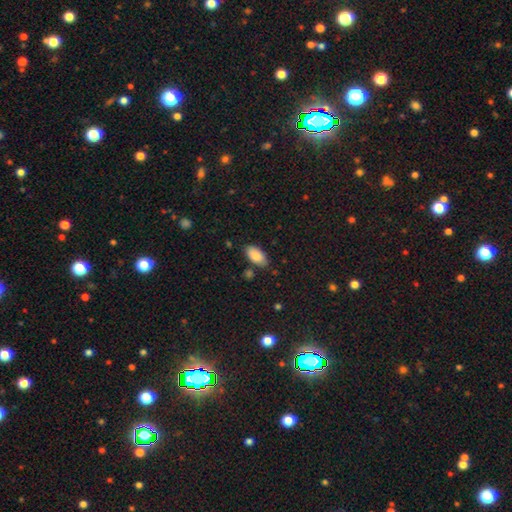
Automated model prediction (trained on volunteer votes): Smooth or featured?
  - smooth: 85% *
  - featured or disk: 8%
  - star or artifact: 7%
How rounded?
  - in between: 94% *
  - cigar-shaped: 4%
  - round: 3%
Merging?
  - none: 81% *
  - minor disturbance: 13%
  - merger: 4%
  - major disturbance: 3%